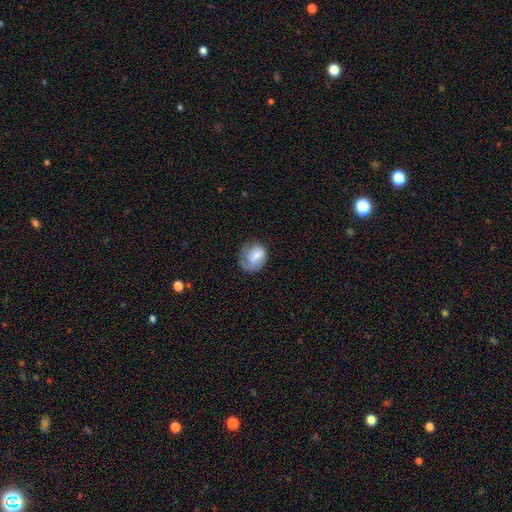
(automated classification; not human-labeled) This is likely a smooth galaxy (64%). How rounded: possibly round (59%). Merging: marginally none (45%).